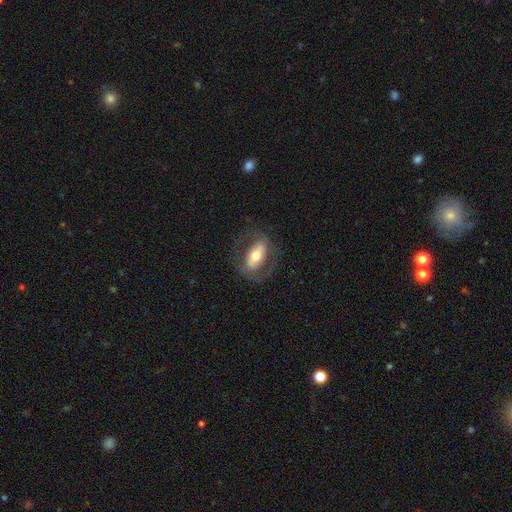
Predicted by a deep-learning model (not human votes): smooth-or-featured: featured or disk: 56% | smooth: 37% | star or artifact: 6%
  disk-edge-on: no: 91% | yes: 9%
    bar: strong: 41% | no: 32% | weak: 27%
    has-spiral-arms: yes: 54% | no: 46%
    bulge-size: moderate: 66% | large: 17% | small: 14% | dominant: 2% | none: 1%
  merging: none: 73% | minor disturbance: 14% | major disturbance: 12% | merger: 1%